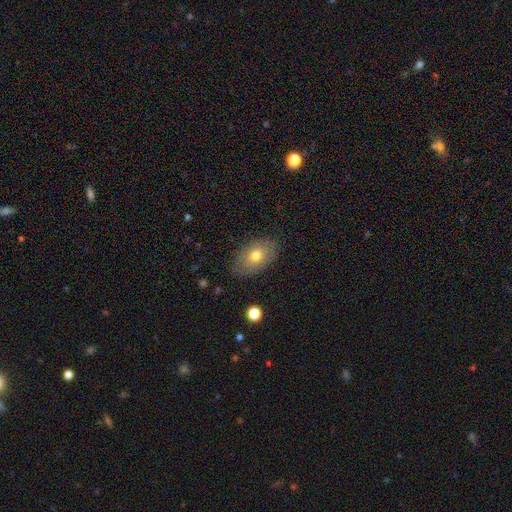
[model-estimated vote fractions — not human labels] Smooth or featured? Predicted: smooth (p=0.67). How rounded? Predicted: in between (p=0.87). Merging? Predicted: none (p=0.80).